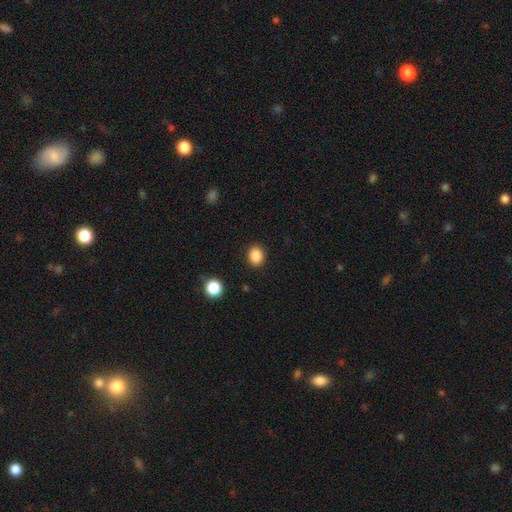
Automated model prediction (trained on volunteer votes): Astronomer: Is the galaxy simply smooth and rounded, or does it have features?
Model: smooth — 87%.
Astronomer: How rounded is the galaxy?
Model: round — 60% (runner-up: in between, 39%).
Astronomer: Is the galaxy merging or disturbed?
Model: none — 89%.